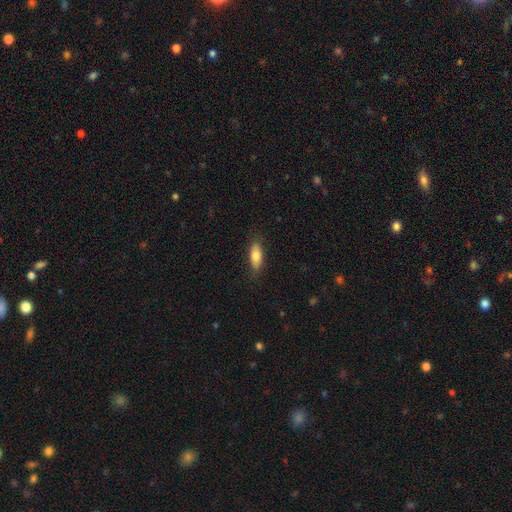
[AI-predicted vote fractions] smooth 78%, featured or disk 16%, star or artifact 6%. Down the decision tree: how rounded — in between (70%); merging — none (86%).